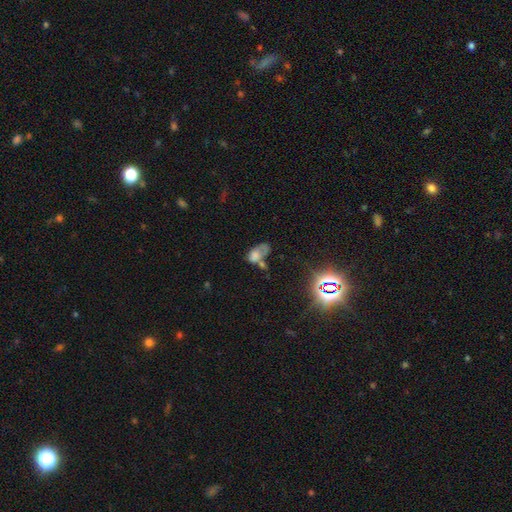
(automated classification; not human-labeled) smooth 59%, featured or disk 25%, star or artifact 16%. Down the decision tree: how rounded — in between (86%); merging — merger (35%).